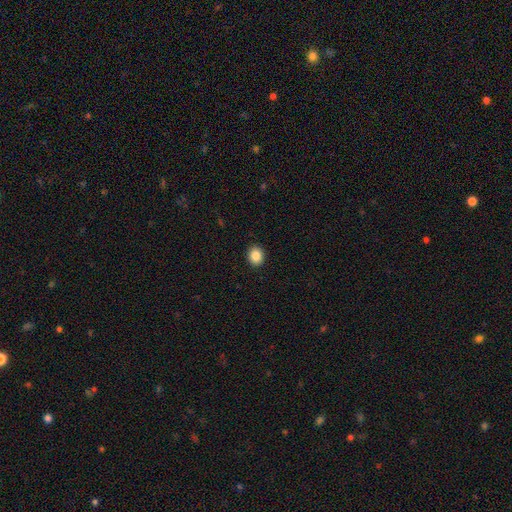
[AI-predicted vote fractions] Smooth or featured? Predicted: smooth (p=0.86). How rounded? Predicted: round (p=0.68). Merging? Predicted: none (p=0.92).